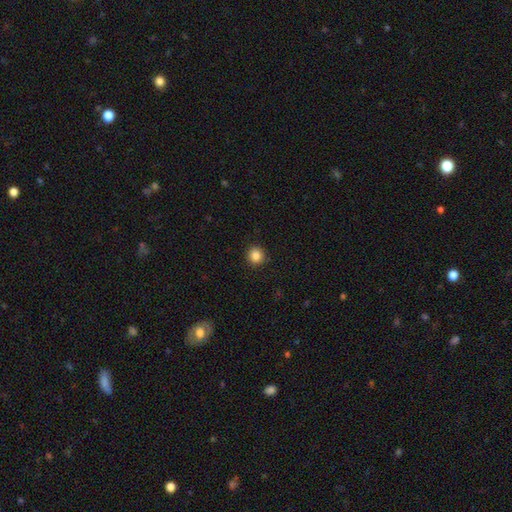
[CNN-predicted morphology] The model was most divided on "smooth or featured": smooth: 86%, star or artifact: 10%, featured or disk: 4%. More confident: how rounded — round (93%); merging — none (91%).